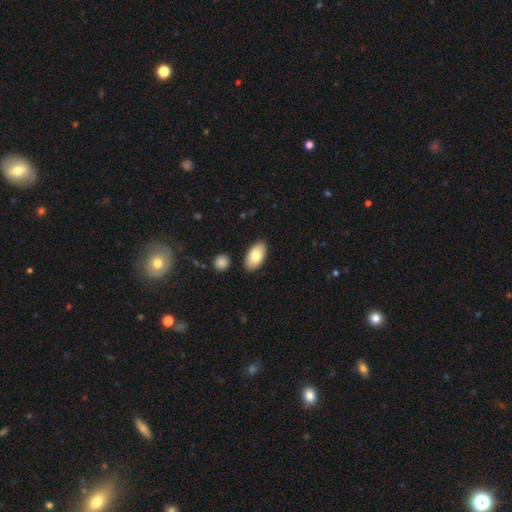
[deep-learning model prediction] smooth_or_featured: smooth (p=0.81) [alt: featured or disk p=0.14]
how_rounded: in between (p=0.95) [alt: round p=0.03]
merging: none (p=0.88) [alt: minor disturbance p=0.08]